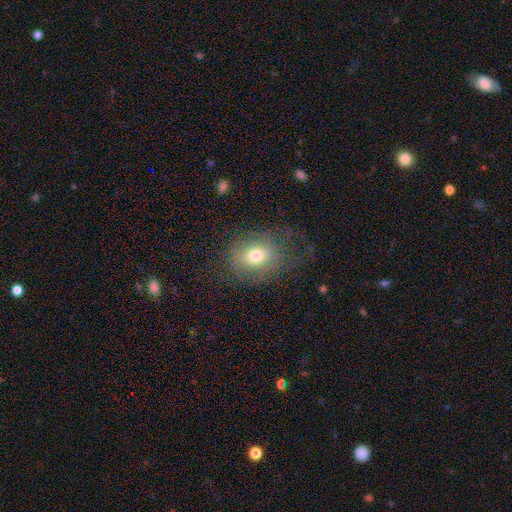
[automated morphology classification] A smooth galaxy with no disk features (69%) that is in between round and cigar-shaped (52%).

Vote fractions:
- Smooth or featured? smooth: 69% / featured or disk: 20% / star or artifact: 10%
- How rounded? in between: 52% / round: 47% / cigar-shaped: 1%
- Merging? none: 59% / major disturbance: 20% / minor disturbance: 19% / merger: 1%